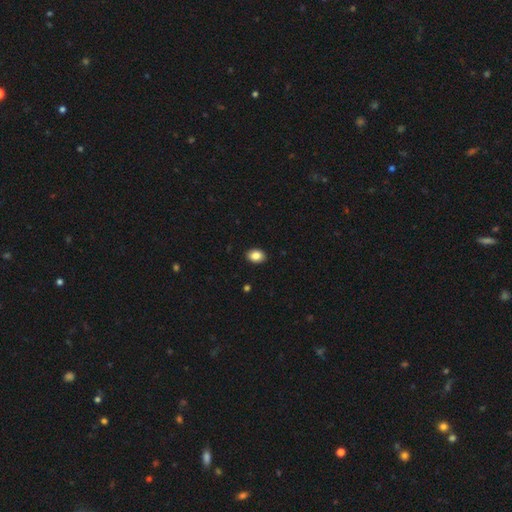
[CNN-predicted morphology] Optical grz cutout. It shows a smooth galaxy with no disk features (87%) that is in between round and cigar-shaped (73%). Merging: none (91%).